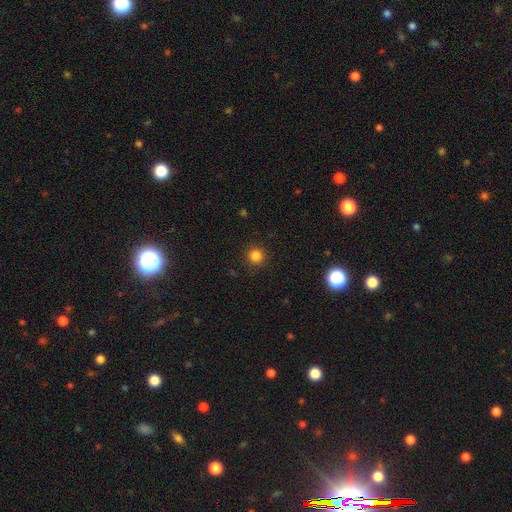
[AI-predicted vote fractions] Smooth or featured: smooth — 83% (star or artifact — 13%)
How rounded: round — 95% (in between — 4%)
Merging: none — 91% (minor disturbance — 6%)